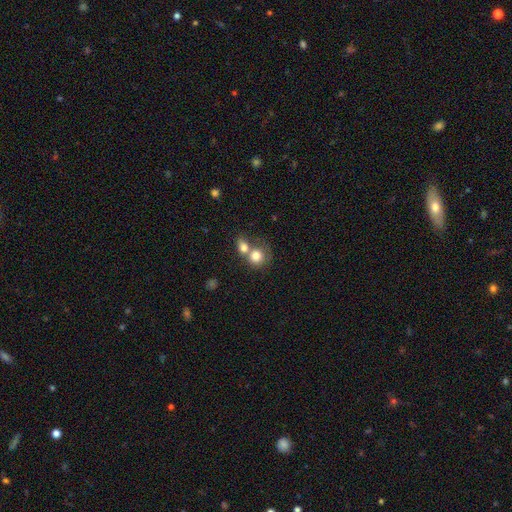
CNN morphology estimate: Smooth or featured?
  - smooth: 78% *
  - featured or disk: 13%
  - star or artifact: 9%
How rounded?
  - round: 74% *
  - in between: 25%
  - cigar-shaped: 1%
Merging?
  - merger: 58% *
  - none: 30%
  - minor disturbance: 7%
  - major disturbance: 4%